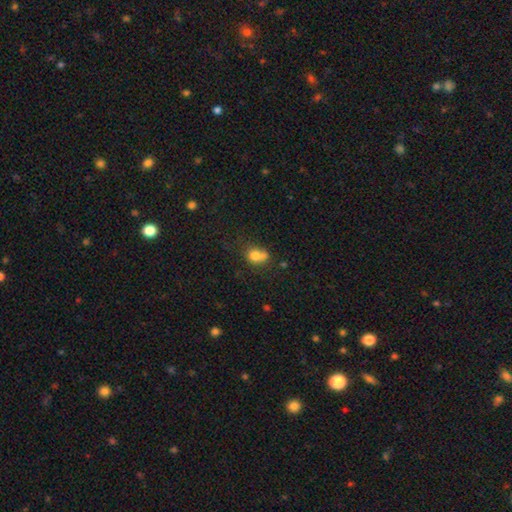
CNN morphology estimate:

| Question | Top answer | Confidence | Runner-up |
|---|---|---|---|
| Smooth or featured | smooth | 74% | featured or disk (13%) |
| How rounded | round | 54% | in between (45%) |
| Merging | merger | 35% | none (34%) |